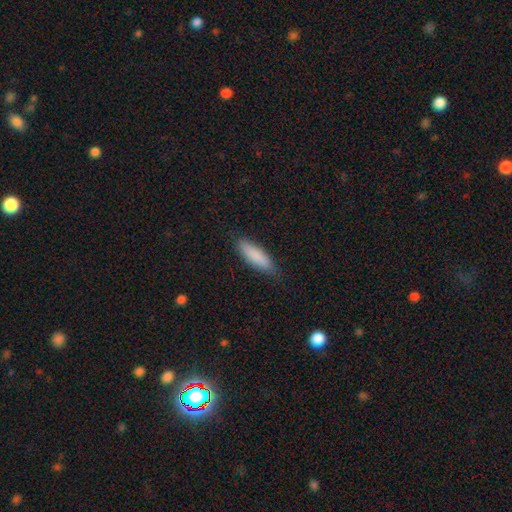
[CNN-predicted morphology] This appears to be a smooth galaxy with no disk features (86%) that is cigar-shaped (57%). Merging: none (83%).